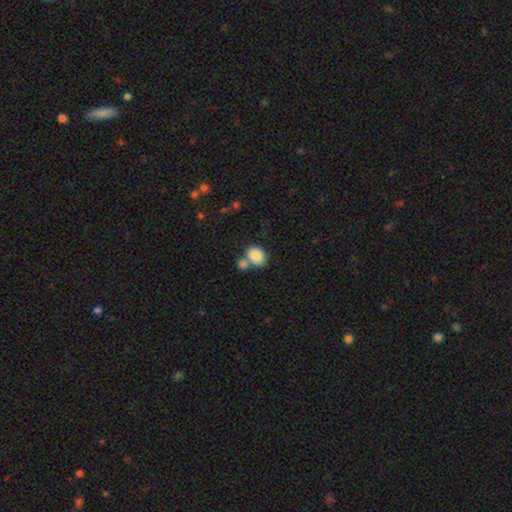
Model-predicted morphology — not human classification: Smooth or featured?
  - smooth: 85% *
  - star or artifact: 8%
  - featured or disk: 7%
How rounded?
  - in between: 65% *
  - round: 34%
  - cigar-shaped: 1%
Merging?
  - none: 47% *
  - merger: 38%
  - minor disturbance: 11%
  - major disturbance: 4%